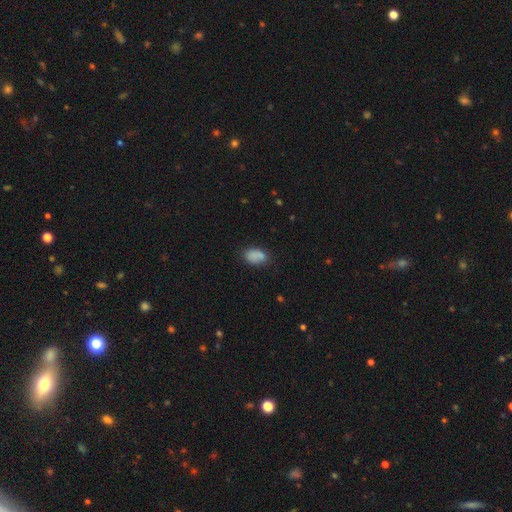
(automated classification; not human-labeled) smooth 82%, star or artifact 9%, featured or disk 9%. Down the decision tree: how rounded — in between (86%); merging — none (65%).